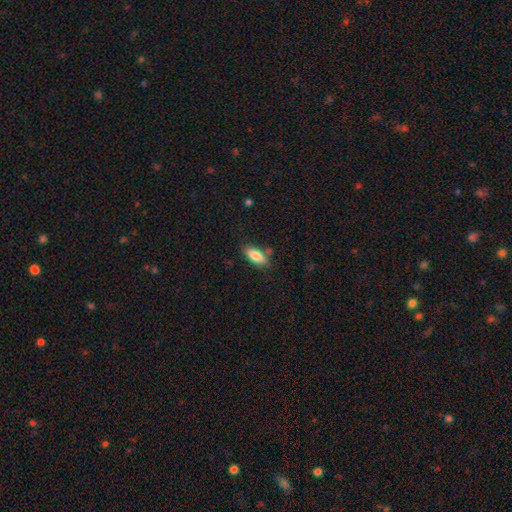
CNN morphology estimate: smooth-or-featured: smooth: 79% | featured or disk: 14% | star or artifact: 7%
  how-rounded: in between: 71% | cigar-shaped: 27% | round: 2%
  merging: none: 75% | minor disturbance: 16% | merger: 5% | major disturbance: 4%